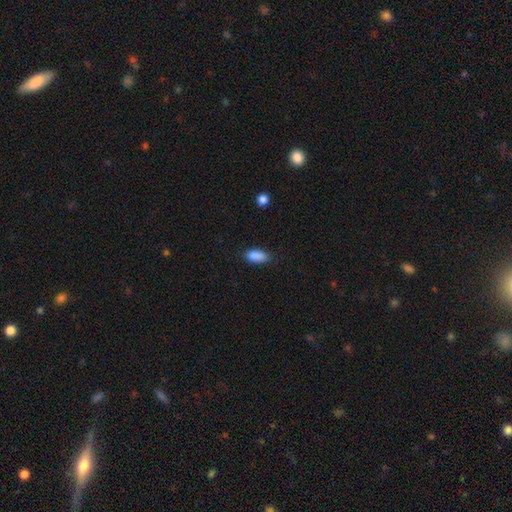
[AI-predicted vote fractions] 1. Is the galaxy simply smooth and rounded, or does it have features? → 88% smooth, 8% star or artifact, 4% featured or disk.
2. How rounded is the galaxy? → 88% in between, 9% cigar-shaped, 3% round.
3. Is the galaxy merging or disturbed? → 76% none, 19% minor disturbance, 4% major disturbance, 2% merger.